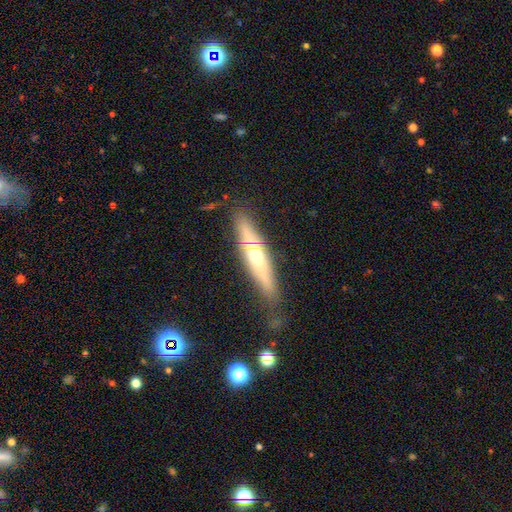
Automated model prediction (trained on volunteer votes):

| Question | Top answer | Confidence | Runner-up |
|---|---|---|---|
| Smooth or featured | featured or disk | 58% | smooth (35%) |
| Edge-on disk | yes | 85% | no (15%) |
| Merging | none | 77% | minor disturbance (16%) |